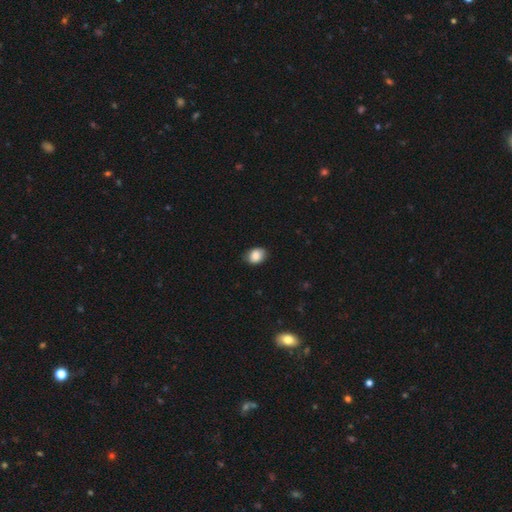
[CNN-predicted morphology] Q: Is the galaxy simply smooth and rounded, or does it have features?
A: smooth — 86%.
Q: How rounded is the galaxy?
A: in between — 67%.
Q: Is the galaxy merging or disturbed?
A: none — 82%.